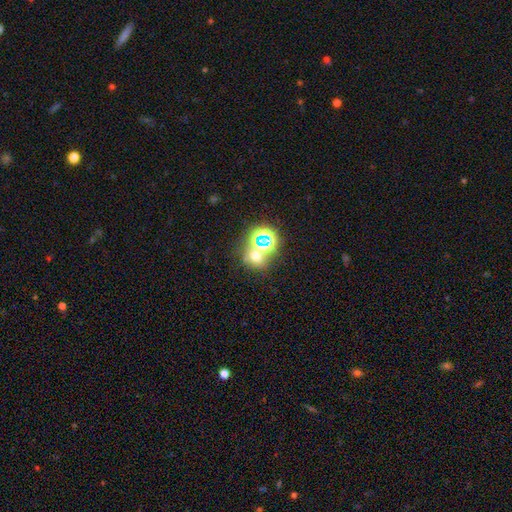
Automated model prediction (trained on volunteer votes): Smooth or featured? Predicted: smooth (p=0.48). Merging? Predicted: none (p=0.55).